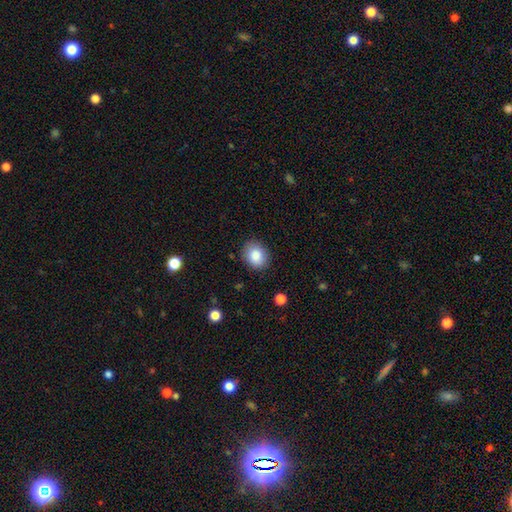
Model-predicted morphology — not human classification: Smooth or featured? Predicted: smooth (p=0.86). How rounded? Predicted: round (p=0.56). Merging? Predicted: none (p=0.86).